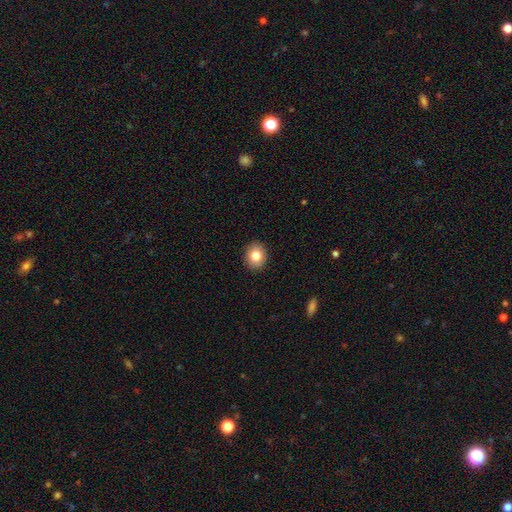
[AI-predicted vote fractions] Smooth or featured? smooth (82%)
How rounded? round (68%)
Merging? none (91%)